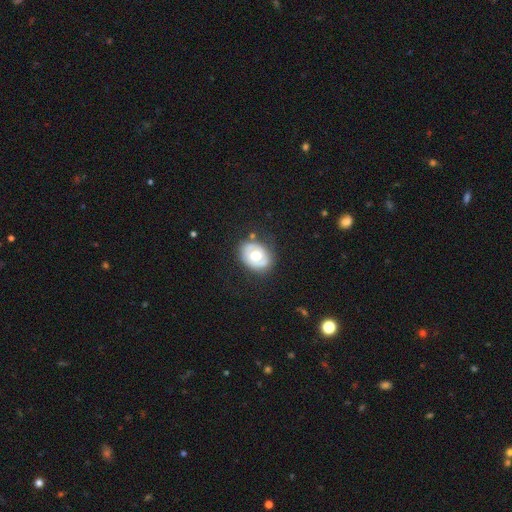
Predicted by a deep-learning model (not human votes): Smooth or featured: featured or disk — 48% (smooth — 45%)
Merging: none — 77% (minor disturbance — 16%)